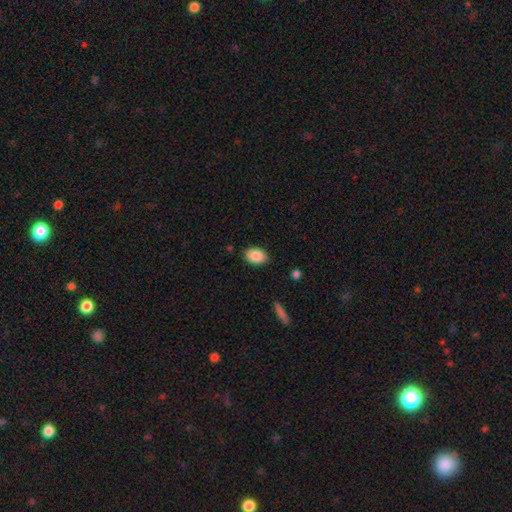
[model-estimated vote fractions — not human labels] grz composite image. It shows a smooth galaxy with no disk features (88%) that is in between round and cigar-shaped (85%). Merging: none (86%).